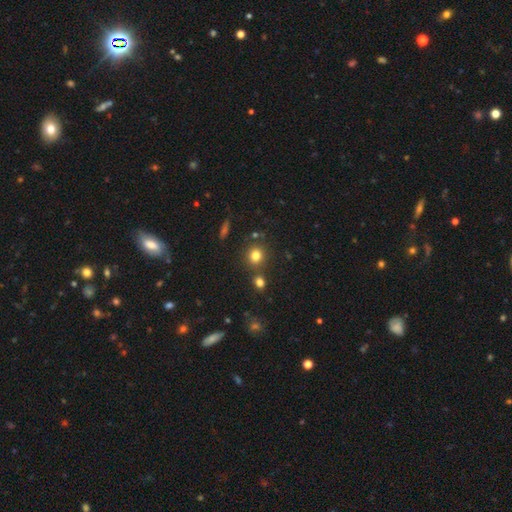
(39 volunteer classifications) This appears to be a smooth galaxy with no disk features (77%) that is round (93%). Merging: none (75%).